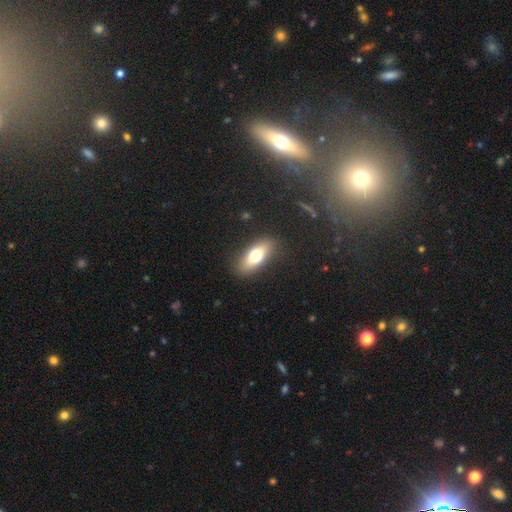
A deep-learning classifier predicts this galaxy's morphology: This is likely a smooth galaxy (70%). How rounded: likely in between (76%). Merging: clearly none (86%).